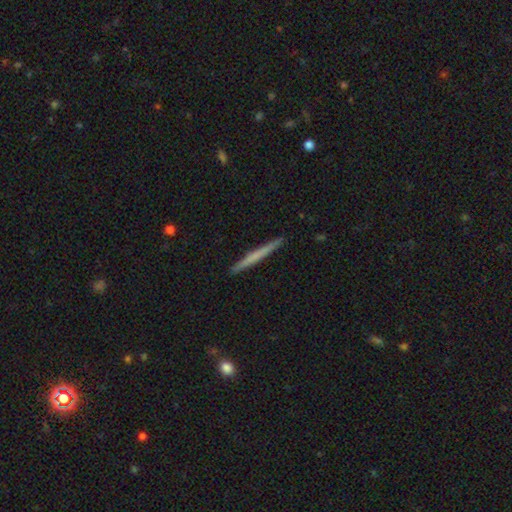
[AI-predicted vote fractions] Overall: smooth (51%; featured or disk 43%). How rounded: cigar-shaped (97%). Merging: none (92%).